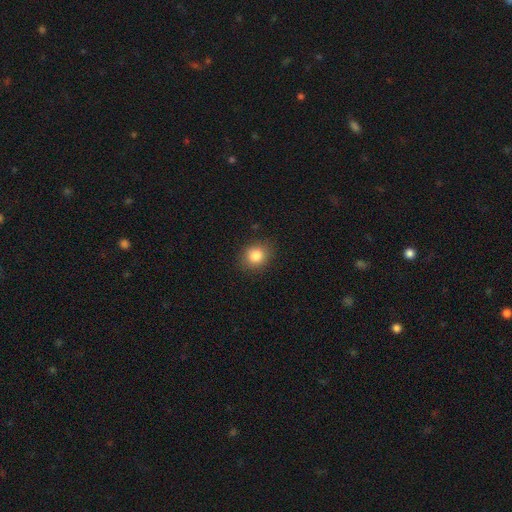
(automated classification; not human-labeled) smooth 84%, star or artifact 10%, featured or disk 6%. Down the decision tree: how rounded — round (71%); merging — none (86%).